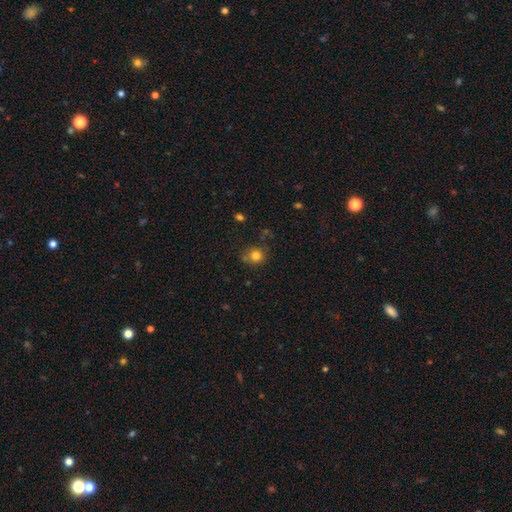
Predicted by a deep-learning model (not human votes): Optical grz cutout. It shows a smooth galaxy with no disk features (80%) that is round (88%). Merging: none (74%).